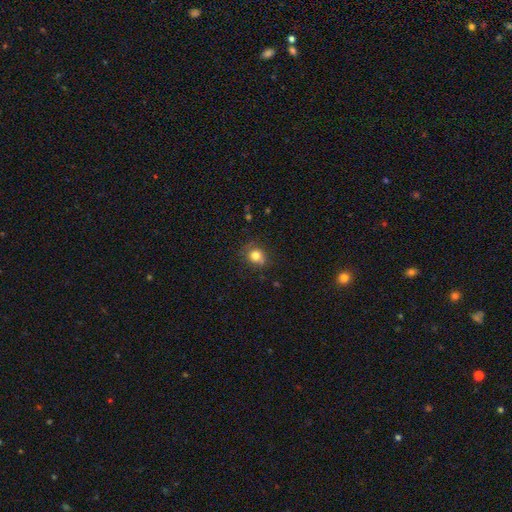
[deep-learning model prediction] Overall: smooth (79%). How rounded: round (78%). Merging: none (68%).